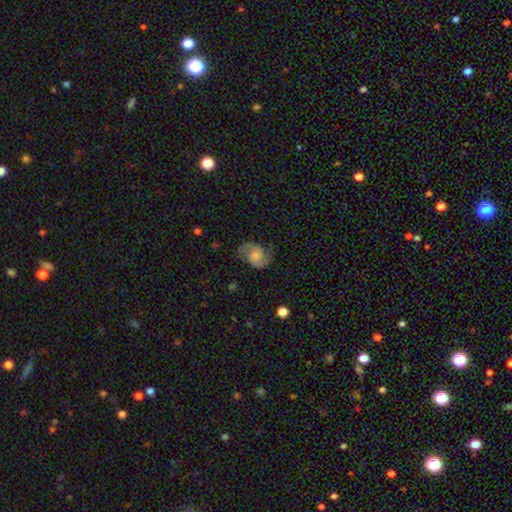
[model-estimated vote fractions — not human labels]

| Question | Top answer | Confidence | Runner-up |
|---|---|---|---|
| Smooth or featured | featured or disk | 64% | smooth (28%) |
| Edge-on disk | no | 98% | yes (2%) |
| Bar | no | 61% | weak (33%) |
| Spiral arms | yes | 92% | no (8%) |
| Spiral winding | medium | 47% | loose (36%) |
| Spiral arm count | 2 | 89% | can't tell (5%) |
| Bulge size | moderate | 34% | small (28%) |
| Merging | none | 67% | minor disturbance (22%) |